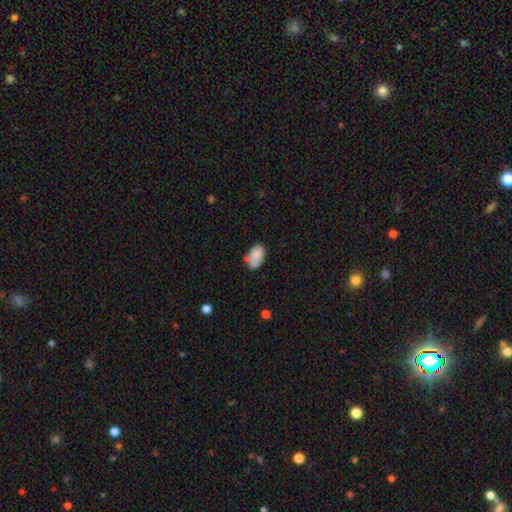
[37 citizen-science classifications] smooth 86%, featured or disk 8%, star or artifact 5%. Down the decision tree: how rounded — in between (91%); merging — none (37%, tied with minor disturbance).